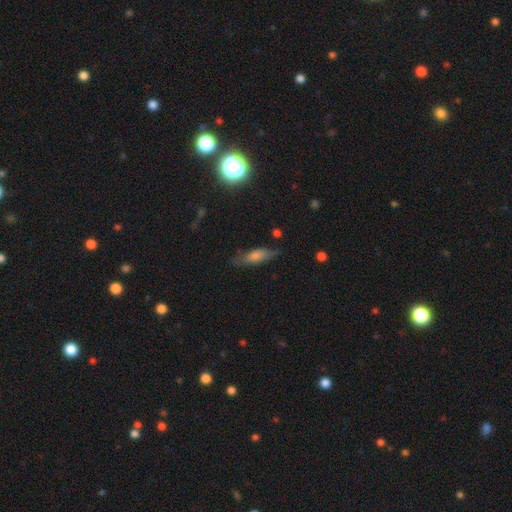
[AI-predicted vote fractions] Morphology: type=smooth (56%); roundness=cigar-shaped (49%); merging=none (72%).